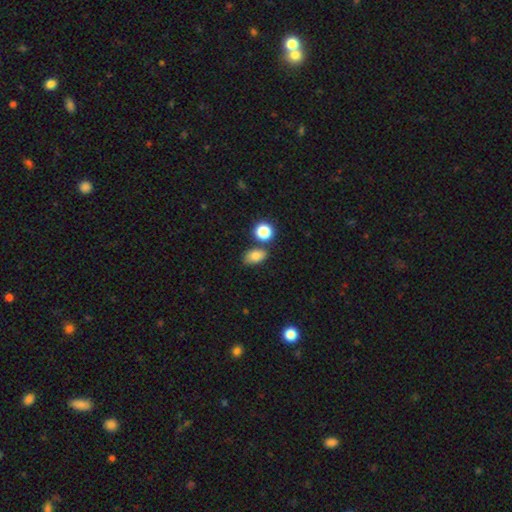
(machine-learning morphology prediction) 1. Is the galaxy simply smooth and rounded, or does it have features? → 80% smooth, 12% star or artifact, 8% featured or disk.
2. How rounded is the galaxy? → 81% in between, 16% round, 2% cigar-shaped.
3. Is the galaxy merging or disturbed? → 69% none, 15% minor disturbance, 12% merger, 4% major disturbance.